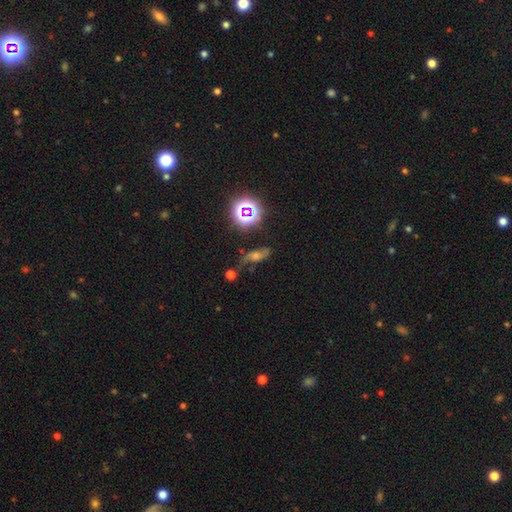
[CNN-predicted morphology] A featured or disk galaxy (37%). Merging: none (57%).